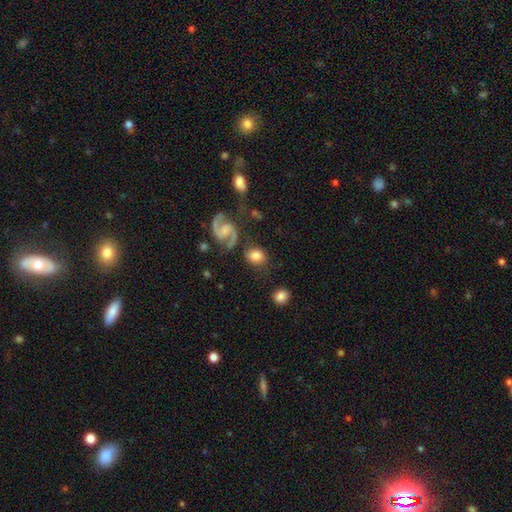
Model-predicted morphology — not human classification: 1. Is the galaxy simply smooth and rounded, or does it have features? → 65% smooth, 26% featured or disk, 9% star or artifact.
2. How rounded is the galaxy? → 59% round, 39% in between, 2% cigar-shaped.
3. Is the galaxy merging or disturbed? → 69% none, 16% minor disturbance, 8% merger, 7% major disturbance.